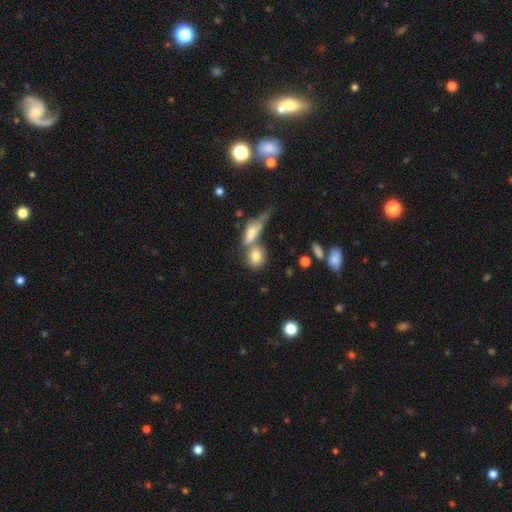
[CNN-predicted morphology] type=smooth (75%); roundness=round (52%); merging=none (42%).